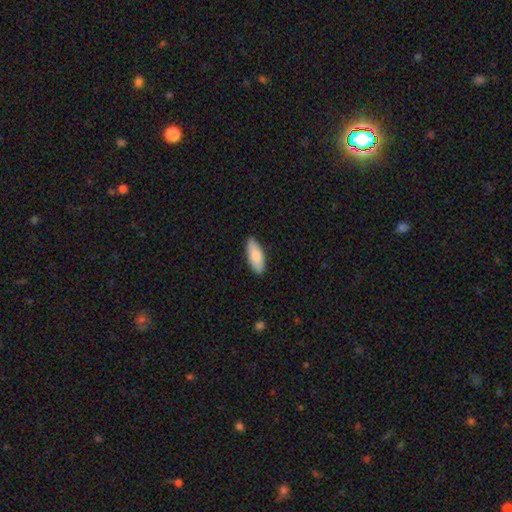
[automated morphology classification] Overall: smooth (86%). How rounded: in between (77%). Merging: none (87%).